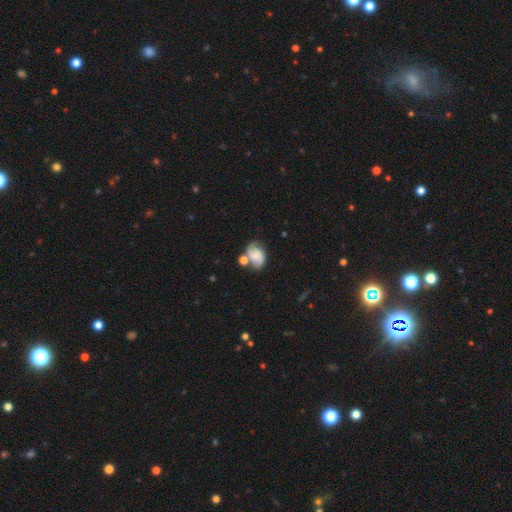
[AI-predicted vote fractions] Morphology: type=featured or disk (57%); edge-on=no (97%); bar=no (60%); spiral arms=yes (88%); bulge=small (39%); merging=none (46%).